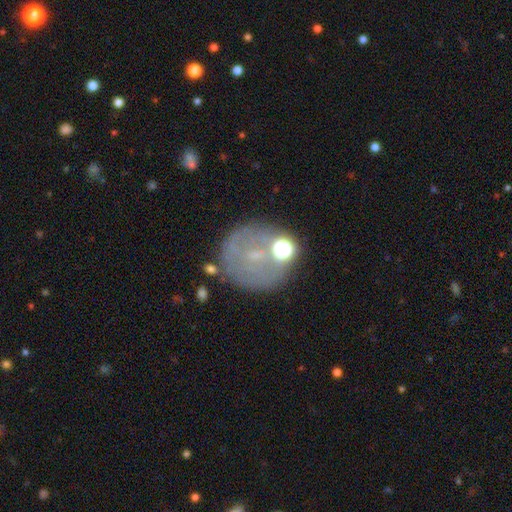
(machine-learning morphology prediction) Smooth or featured? smooth (41%)
Merging? none (63%)